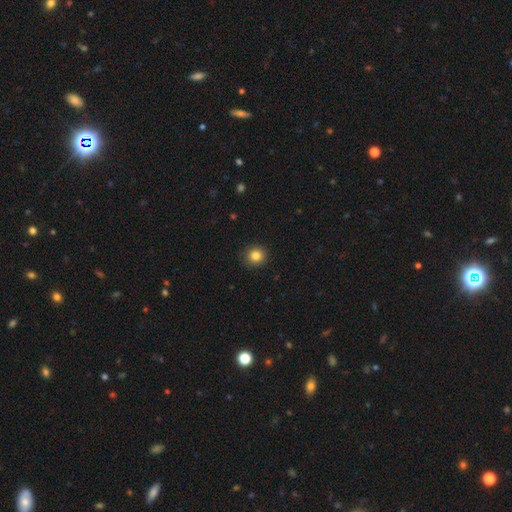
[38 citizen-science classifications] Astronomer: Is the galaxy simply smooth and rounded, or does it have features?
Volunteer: smooth — 84%.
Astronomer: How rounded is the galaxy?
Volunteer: round — 91%.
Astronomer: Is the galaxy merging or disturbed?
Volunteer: none — 91%.